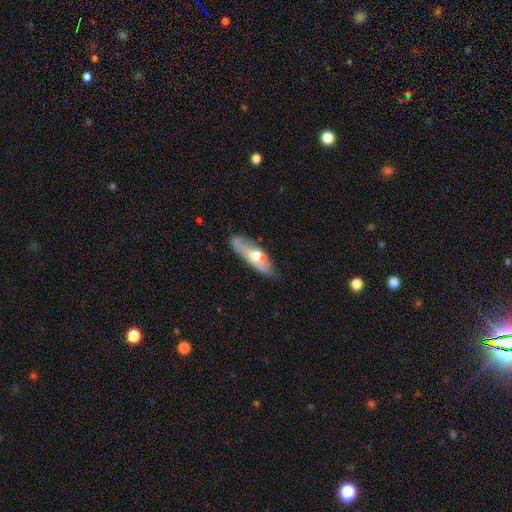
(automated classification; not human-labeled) A featured or disk galaxy (47%, tied with smooth).

Vote fractions:
- Smooth or featured? featured or disk: 47% (tied) / smooth: 47% (tied) / star or artifact: 6%
- Merging? none: 60% / minor disturbance: 24% / merger: 8% / major disturbance: 7%